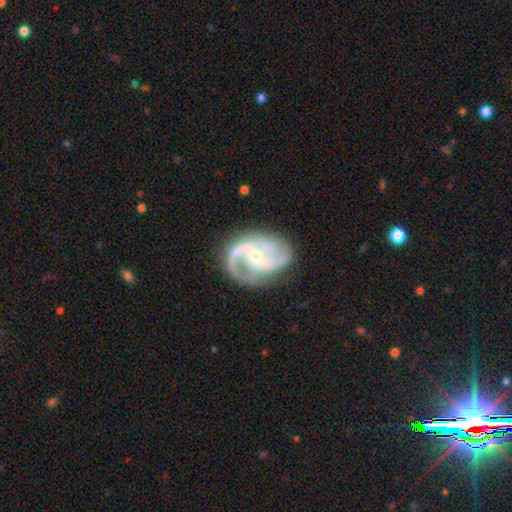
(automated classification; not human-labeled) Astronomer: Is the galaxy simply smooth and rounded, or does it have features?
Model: featured or disk — 91%.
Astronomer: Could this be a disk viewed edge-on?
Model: no — 98%.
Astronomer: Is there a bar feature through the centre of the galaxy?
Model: weak — 40% (runner-up: no, 37%).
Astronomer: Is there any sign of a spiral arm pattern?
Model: yes — 97%.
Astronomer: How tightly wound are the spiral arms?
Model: medium — 55%.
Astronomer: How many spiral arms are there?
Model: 2 — 76%.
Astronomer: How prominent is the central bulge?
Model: small — 60% (runner-up: moderate, 36%).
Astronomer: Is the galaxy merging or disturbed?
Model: none — 71%.